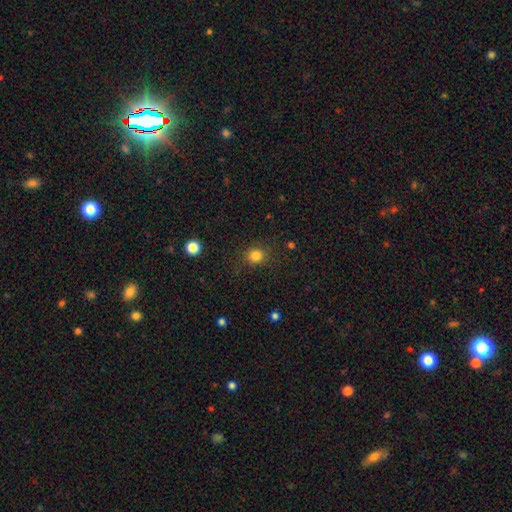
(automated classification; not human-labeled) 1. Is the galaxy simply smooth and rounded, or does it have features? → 83% smooth, 13% star or artifact, 5% featured or disk.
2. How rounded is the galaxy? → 83% round, 16% in between, 1% cigar-shaped.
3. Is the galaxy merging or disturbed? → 85% none, 9% minor disturbance, 4% major disturbance, 1% merger.